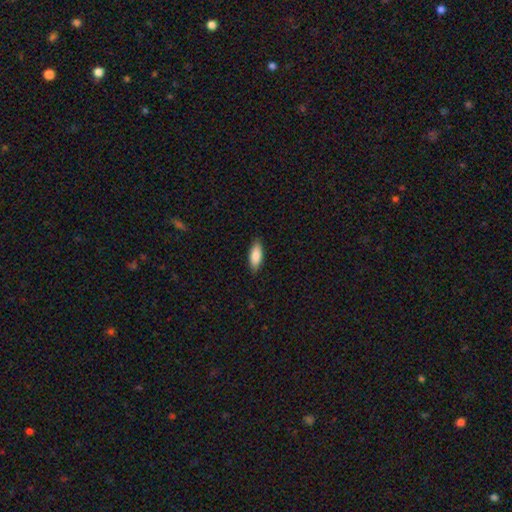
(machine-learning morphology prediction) smooth_or_featured: smooth (p=0.83) [alt: featured or disk p=0.11]
how_rounded: in between (p=0.73) [alt: cigar-shaped p=0.25]
merging: none (p=0.87) [alt: minor disturbance p=0.10]